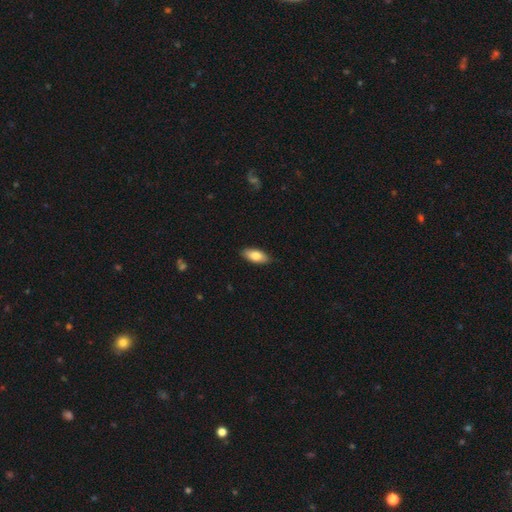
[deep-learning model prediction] smooth 79%, featured or disk 15%, star or artifact 6%. Down the decision tree: how rounded — in between (86%); merging — none (87%).